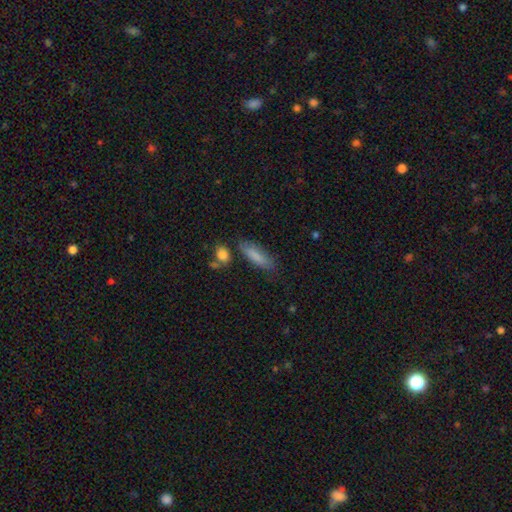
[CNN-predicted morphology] Q: Smooth or featured?
A: smooth (84%); runner-up: featured or disk (9%)
Q: How rounded?
A: cigar-shaped (55%); runner-up: in between (43%)
Q: Merging?
A: none (74%); runner-up: minor disturbance (16%)